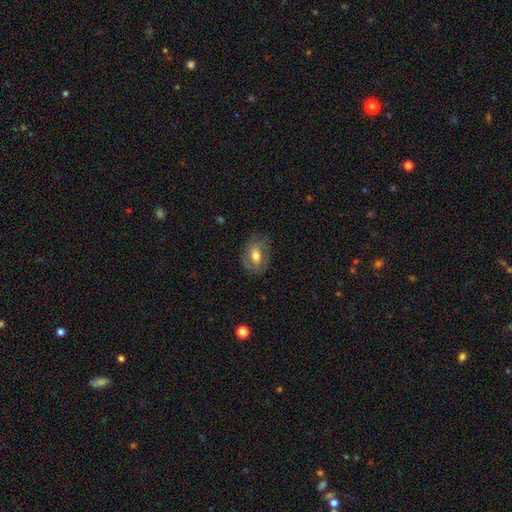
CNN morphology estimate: Smooth or featured?
  - smooth: 51% *
  - featured or disk: 41%
  - star or artifact: 8%
How rounded?
  - in between: 72% *
  - round: 26%
  - cigar-shaped: 2%
Merging?
  - none: 71% *
  - minor disturbance: 20%
  - major disturbance: 8%
  - merger: 1%